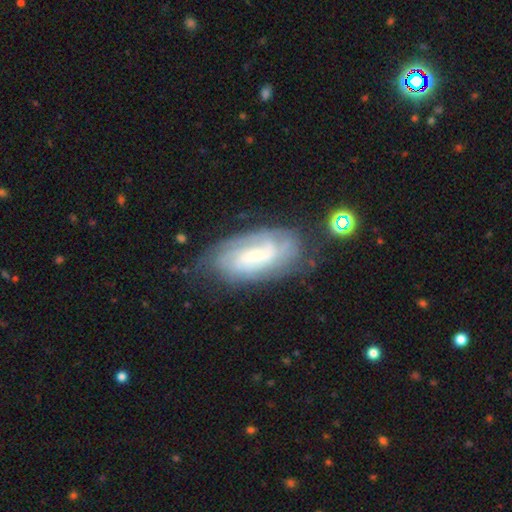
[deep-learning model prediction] This appears to be a featured or disk galaxy (71%) with a weak bar (45%), tight (59%) spiral arms (88%) and a small central bulge (58%). Merging: none (65%).